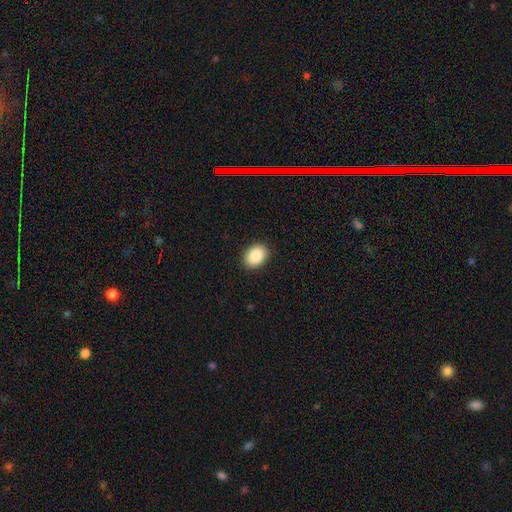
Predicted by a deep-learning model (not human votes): smooth-or-featured: smooth: 88% | star or artifact: 8% | featured or disk: 5%
  how-rounded: in between: 68% | round: 31% | cigar-shaped: 1%
  merging: none: 90% | minor disturbance: 7% | major disturbance: 2% | merger: 1%